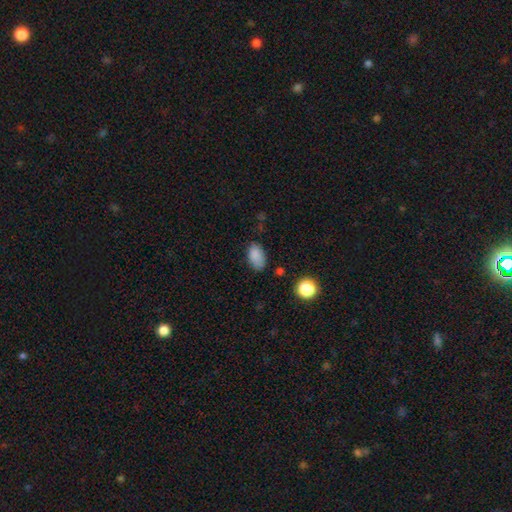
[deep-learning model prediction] This is clearly a smooth galaxy (85%). How rounded: clearly in between (90%). Merging: likely none (73%).